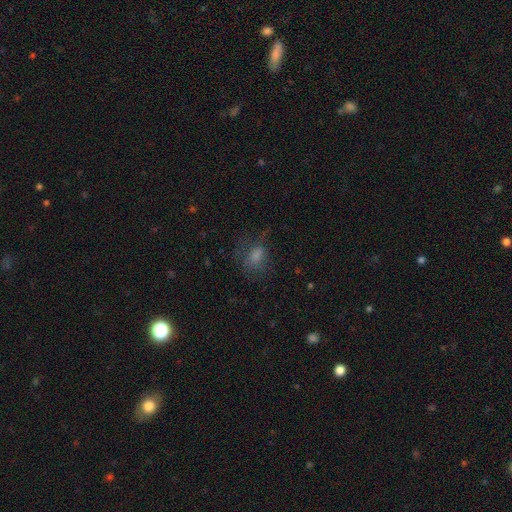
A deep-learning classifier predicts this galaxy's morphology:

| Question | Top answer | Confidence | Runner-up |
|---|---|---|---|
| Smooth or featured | smooth | 69% | star or artifact (16%) |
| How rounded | in between | 69% | round (28%) |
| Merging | none | 49% | major disturbance (26%) |